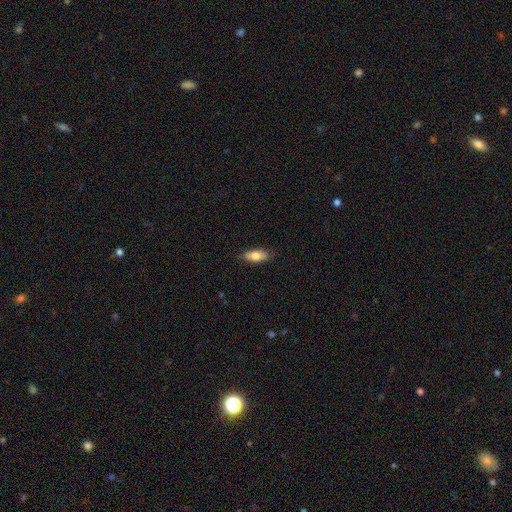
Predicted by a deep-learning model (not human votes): Smooth or featured: smooth — 76% (featured or disk — 18%)
How rounded: in between — 80% (cigar-shaped — 17%)
Merging: none — 81% (minor disturbance — 16%)